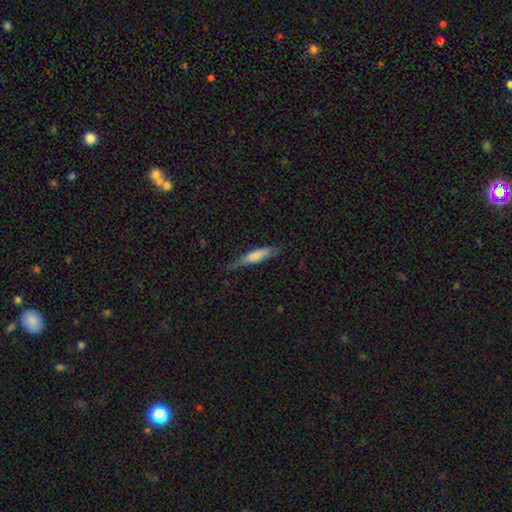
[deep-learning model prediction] smooth 69%, featured or disk 25%, star or artifact 6%. Down the decision tree: how rounded — cigar-shaped (80%); merging — none (71%).